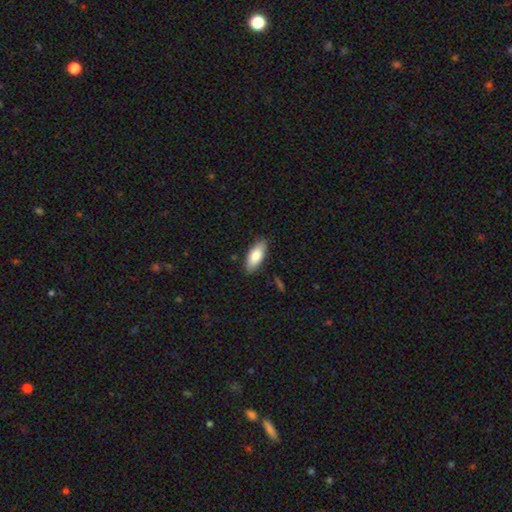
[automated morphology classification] smooth-or-featured: smooth: 81% | featured or disk: 13% | star or artifact: 6%
  how-rounded: in between: 82% | cigar-shaped: 16% | round: 2%
  merging: none: 86% | minor disturbance: 11% | major disturbance: 2% | merger: 1%